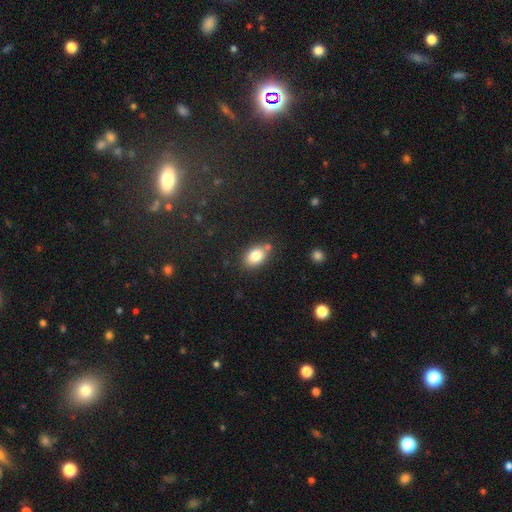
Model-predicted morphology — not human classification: Smooth or featured? Predicted: smooth (p=0.82). How rounded? Predicted: in between (p=0.82). Merging? Predicted: none (p=0.74).